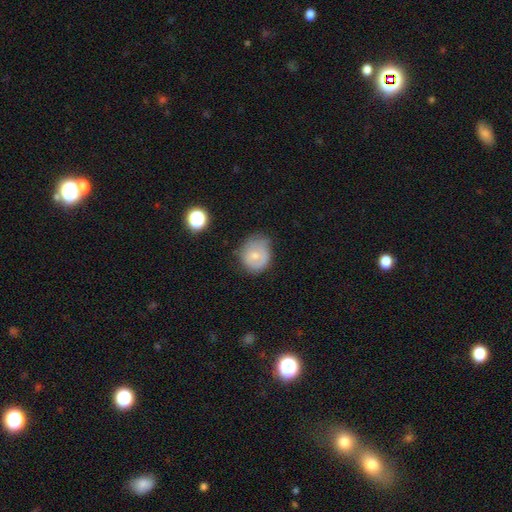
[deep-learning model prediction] Smooth or featured: smooth — 60% (featured or disk — 31%)
How rounded: round — 71% (in between — 28%)
Merging: none — 50% (minor disturbance — 36%)